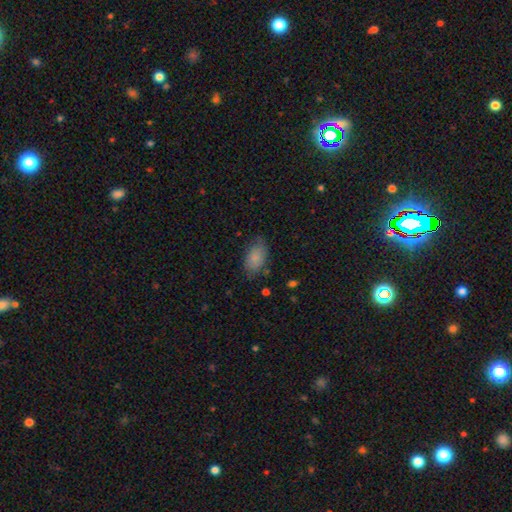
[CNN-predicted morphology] A smooth galaxy with no disk features (84%) that is in between round and cigar-shaped (92%). Merging: none (71%).